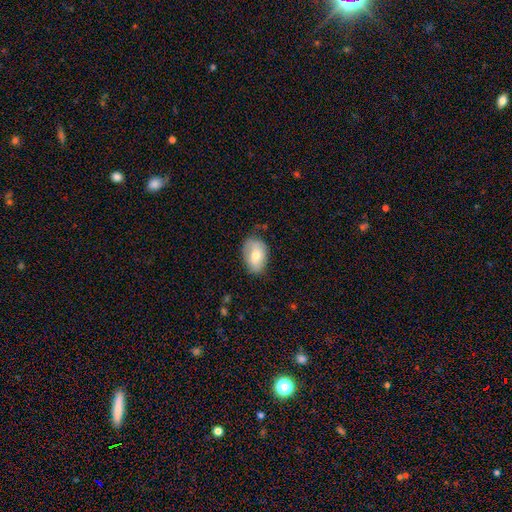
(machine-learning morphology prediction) smooth-or-featured: smooth: 69% | featured or disk: 24% | star or artifact: 7%
  how-rounded: in between: 86% | round: 13% | cigar-shaped: 1%
  merging: none: 68% | minor disturbance: 25% | major disturbance: 6% | merger: 1%